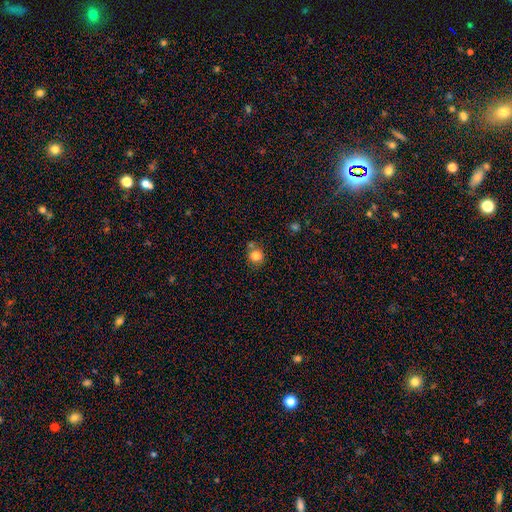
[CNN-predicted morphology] Smooth or featured: smooth — 82% (star or artifact — 11%)
How rounded: round — 86% (in between — 13%)
Merging: none — 65% (merger — 18%)